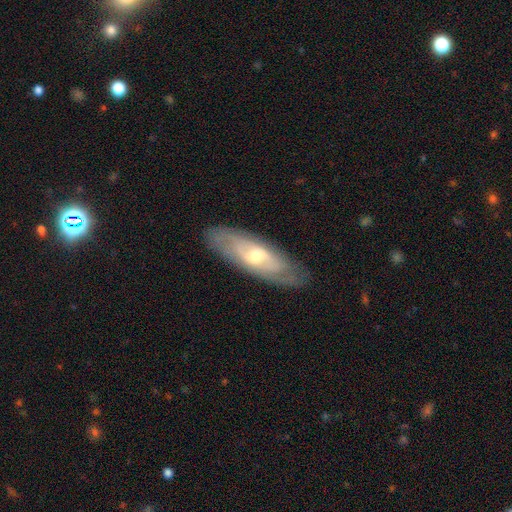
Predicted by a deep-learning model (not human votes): This appears to be a featured or disk galaxy (64%) with no bar (44%), spiral arms (71%) and a moderate central bulge (54%). Merging: none (82%).